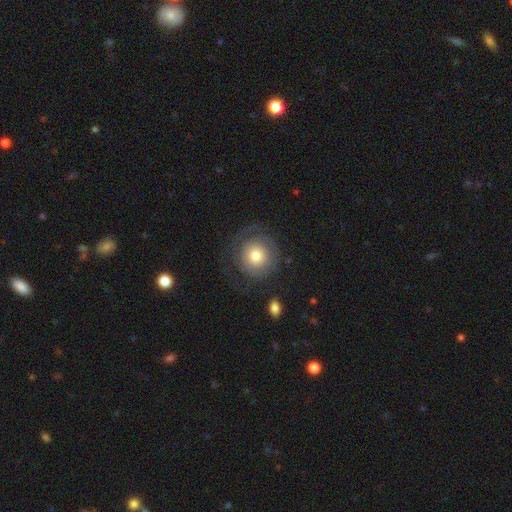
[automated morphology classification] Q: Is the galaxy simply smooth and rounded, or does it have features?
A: smooth — 58%.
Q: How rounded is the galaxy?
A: round — 93%.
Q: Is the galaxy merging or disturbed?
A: none — 68%.